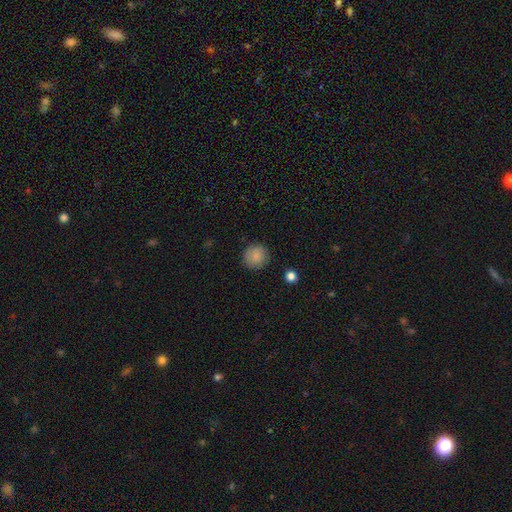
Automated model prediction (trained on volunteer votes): Morphology: type=smooth (87%); roundness=round (93%); merging=none (89%).